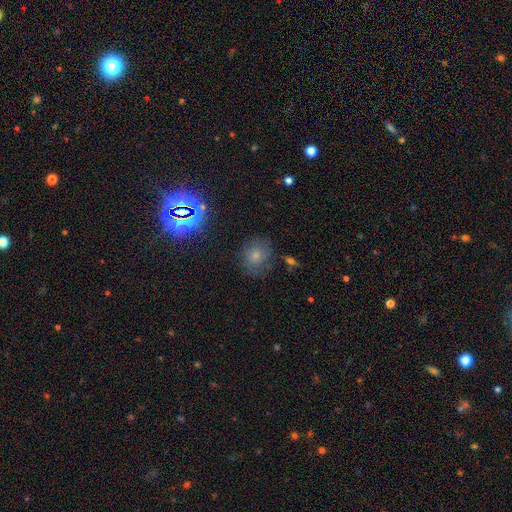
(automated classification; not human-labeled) smooth 66%, star or artifact 18%, featured or disk 16%. Down the decision tree: how rounded — round (72%); merging — none (69%).